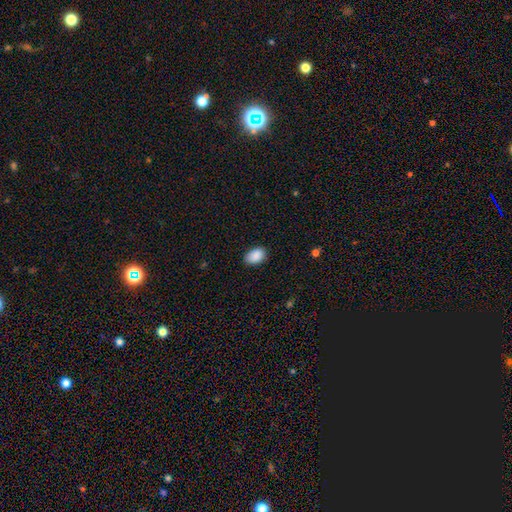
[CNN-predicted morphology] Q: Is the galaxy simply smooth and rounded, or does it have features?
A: smooth — 90%.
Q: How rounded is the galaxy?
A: in between — 88%.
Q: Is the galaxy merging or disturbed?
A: none — 83%.